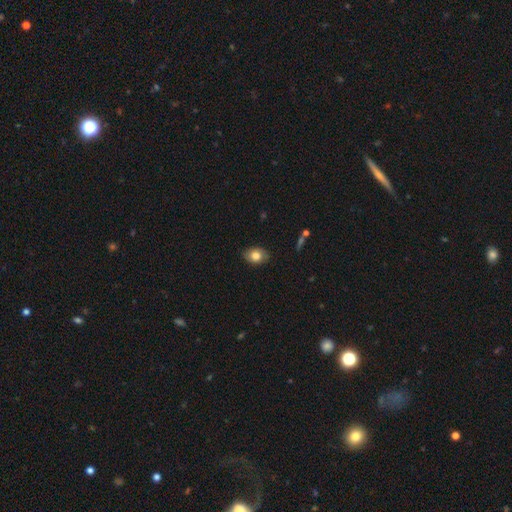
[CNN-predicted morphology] This is clearly a smooth galaxy (80%). How rounded: likely in between (74%). Merging: clearly none (84%).